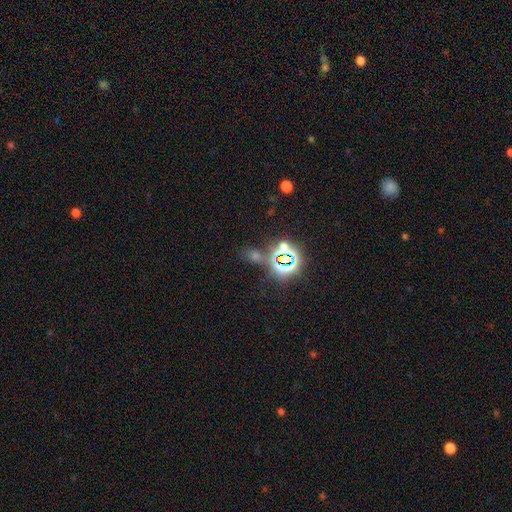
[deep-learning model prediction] Smooth or featured? star or artifact (71%)